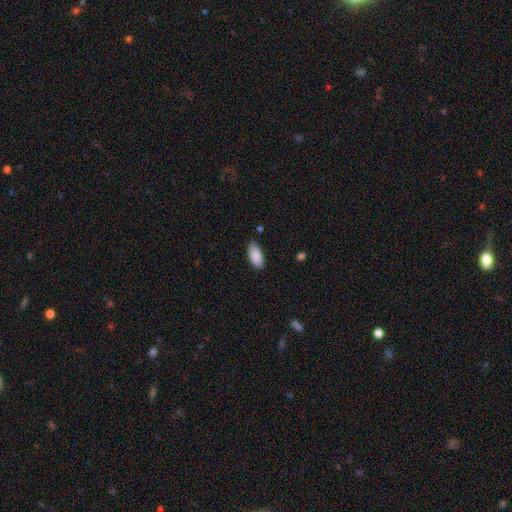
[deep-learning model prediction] Q: Smooth or featured?
A: smooth (90%); runner-up: star or artifact (6%)
Q: How rounded?
A: in between (91%); runner-up: cigar-shaped (7%)
Q: Merging?
A: none (84%); runner-up: minor disturbance (12%)